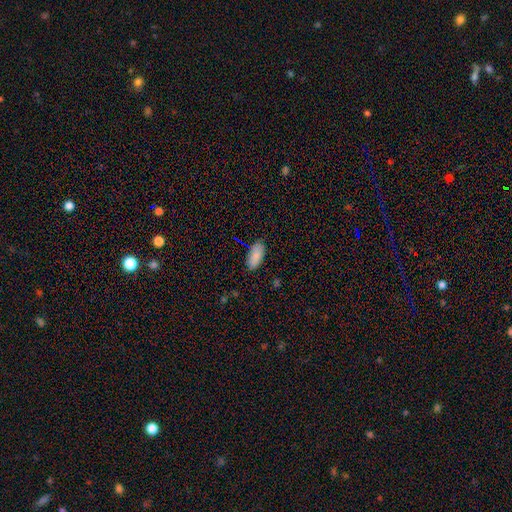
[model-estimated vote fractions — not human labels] Smooth or featured? Predicted: smooth (p=0.87). How rounded? Predicted: in between (p=0.92). Merging? Predicted: none (p=0.82).